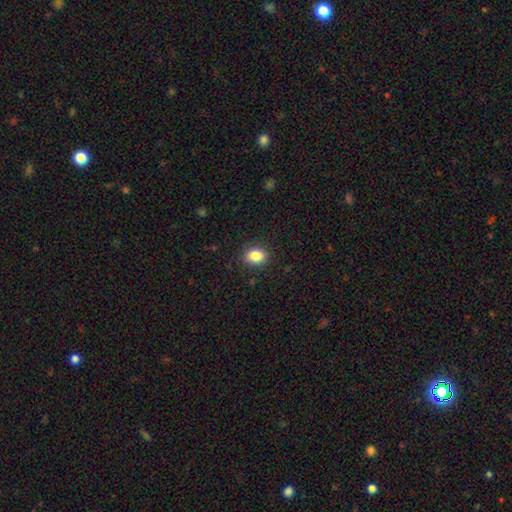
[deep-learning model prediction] Smooth or featured? Predicted: smooth (p=0.85). How rounded? Predicted: in between (p=0.58). Merging? Predicted: none (p=0.88).